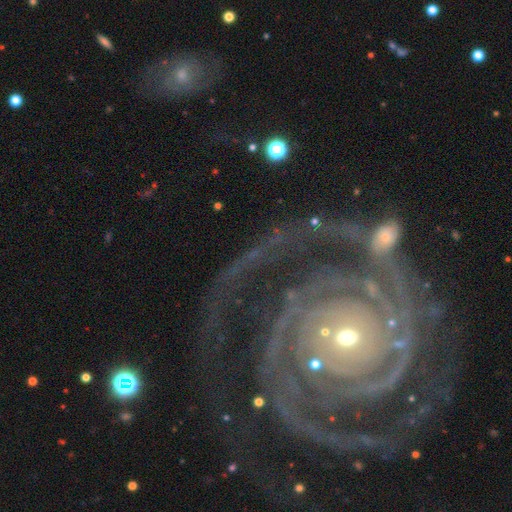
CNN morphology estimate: Smooth or featured?
  - featured or disk: 91% *
  - star or artifact: 5%
  - smooth: 3%
Edge-on disk?
  - no: 98% *
  - yes: 2%
Bar?
  - no: 73% *
  - weak: 15%
  - strong: 12%
Spiral arms?
  - yes: 98% *
  - no: 2%
Spiral winding?
  - tight: 82% *
  - medium: 15%
  - loose: 3%
Spiral arm count?
  - 2: 46% *
  - 3: 17%
  - can't tell: 12%
  - 4: 10%
  - more than 4: 8%
  - 1: 7%
Bulge size?
  - small: 75% *
  - moderate: 21%
  - large: 2%
  - none: 1%
  - dominant: 1%
Merging?
  - none: 66% *
  - minor disturbance: 16%
  - major disturbance: 12%
  - merger: 6%